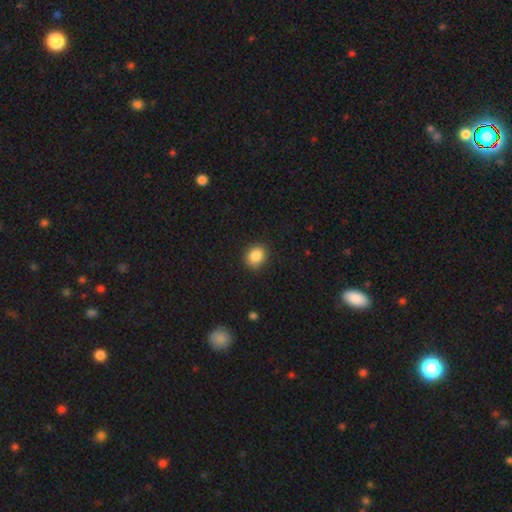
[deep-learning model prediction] Morphology: type=smooth (87%); roundness=round (65%); merging=none (87%).